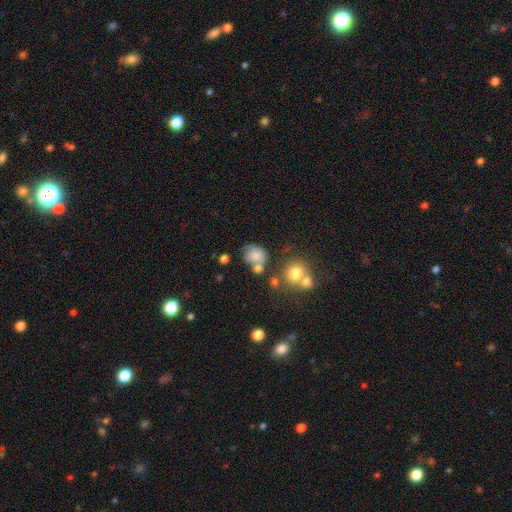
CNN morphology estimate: Smooth or featured? smooth (70%)
How rounded? round (58%)
Merging? none (41%)